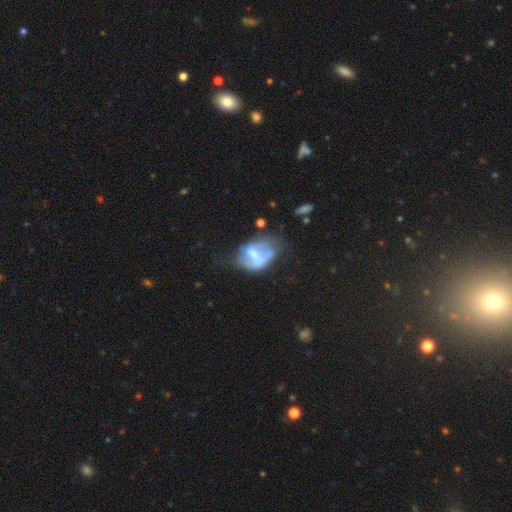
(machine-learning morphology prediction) featured or disk 51%, smooth 41%, star or artifact 9%. Down the decision tree: edge-on disk — no (96%); merging — none (29%).